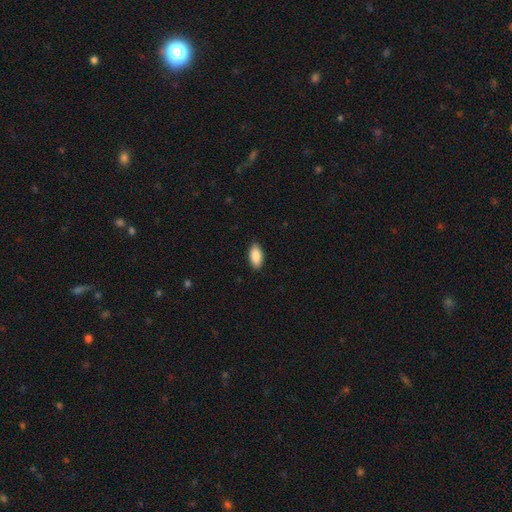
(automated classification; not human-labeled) Q: Smooth or featured?
A: smooth (89%); runner-up: star or artifact (6%)
Q: How rounded?
A: in between (93%); runner-up: cigar-shaped (5%)
Q: Merging?
A: none (90%); runner-up: minor disturbance (7%)